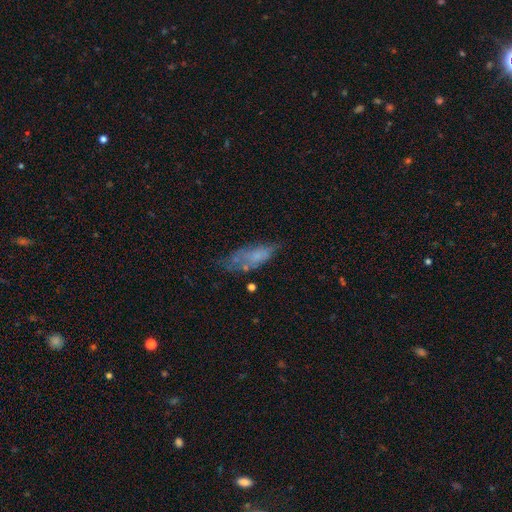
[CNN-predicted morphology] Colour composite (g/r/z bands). It shows a smooth galaxy with no disk features (54%) that is in between round and cigar-shaped (67%). Merging: none (39%).